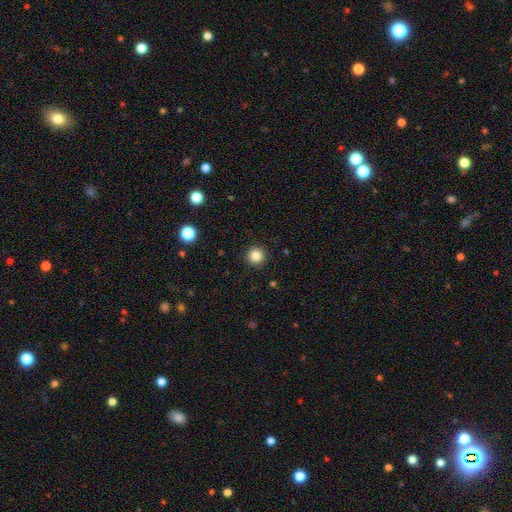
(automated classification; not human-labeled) This appears to be a smooth galaxy with no disk features (84%) that is round (96%). Merging: none (93%).